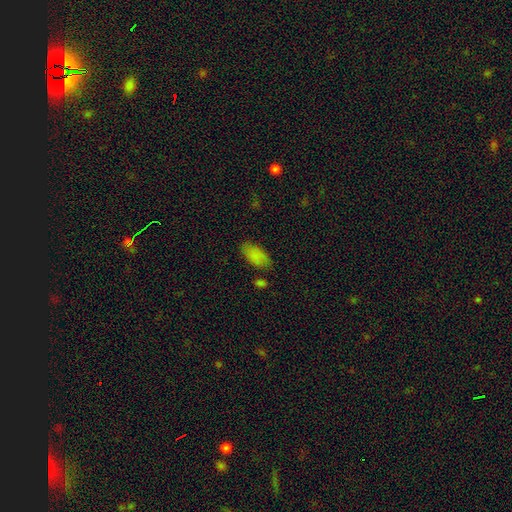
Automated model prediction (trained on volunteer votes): Smooth or featured?
  - smooth: 85% *
  - star or artifact: 9%
  - featured or disk: 7%
How rounded?
  - in between: 93% *
  - cigar-shaped: 4%
  - round: 2%
Merging?
  - none: 76% *
  - minor disturbance: 17%
  - major disturbance: 4%
  - merger: 4%